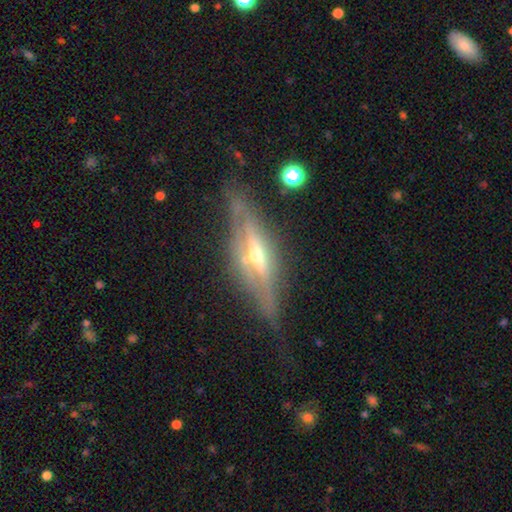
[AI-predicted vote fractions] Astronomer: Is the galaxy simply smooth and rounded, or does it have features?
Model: featured or disk — 81%.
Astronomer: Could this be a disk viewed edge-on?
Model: yes — 92%.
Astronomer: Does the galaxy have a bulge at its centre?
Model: rounded — 84%.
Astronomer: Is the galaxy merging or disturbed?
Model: none — 75%.